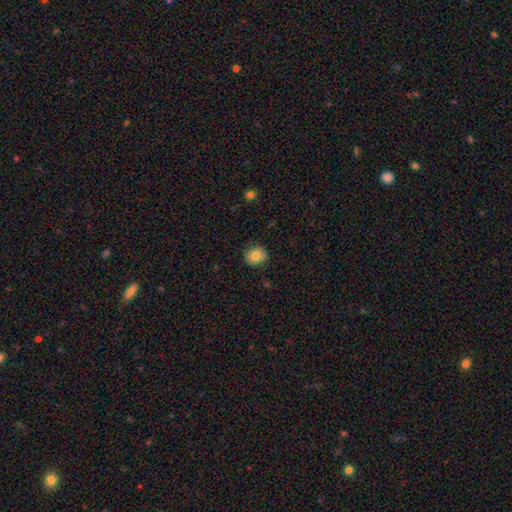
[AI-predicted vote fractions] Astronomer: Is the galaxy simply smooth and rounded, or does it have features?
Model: smooth — 79%.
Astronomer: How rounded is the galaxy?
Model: round — 80%.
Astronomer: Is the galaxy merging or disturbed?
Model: none — 83%.